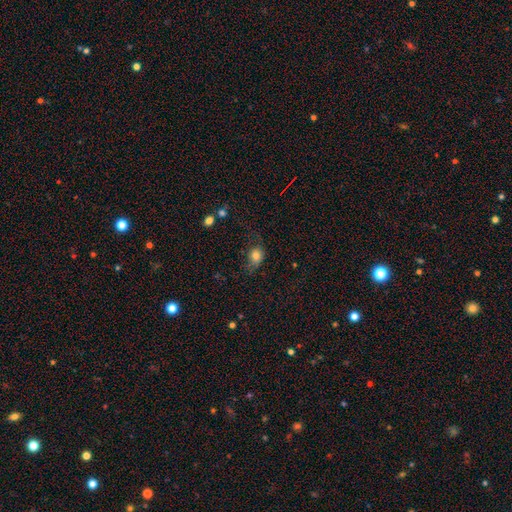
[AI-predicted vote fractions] The model was most divided on "how rounded" (2-way tie): in between: 49%, round: 49%, cigar-shaped: 2%. Remaining: smooth or featured — smooth (77%); merging — none (43%).